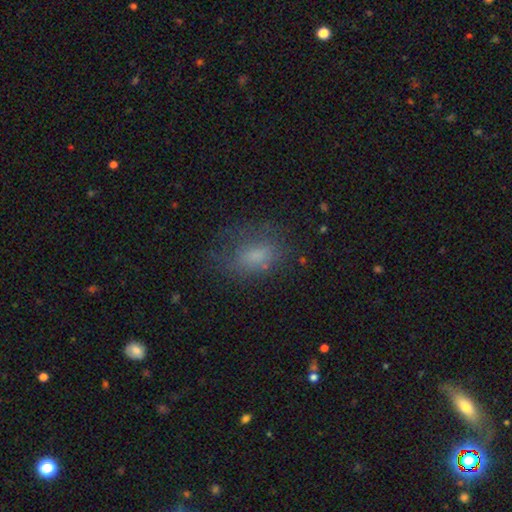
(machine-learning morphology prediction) A smooth galaxy with no disk features (70%) that is in between round and cigar-shaped (81%).

Vote fractions:
- Smooth or featured? smooth: 70% / featured or disk: 17% / star or artifact: 13%
- How rounded? in between: 81% / round: 15% / cigar-shaped: 4%
- Merging? none: 59% / minor disturbance: 22% / major disturbance: 17% / merger: 2%